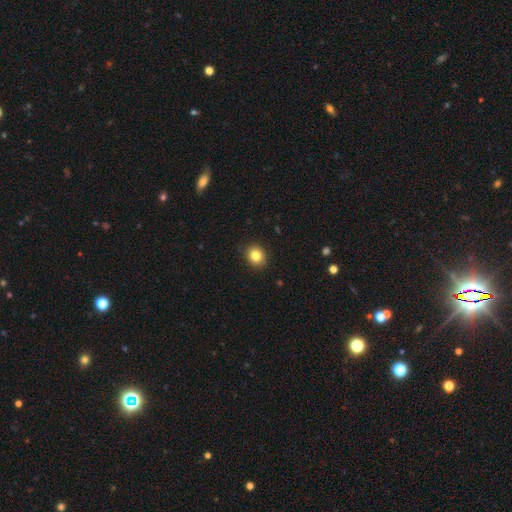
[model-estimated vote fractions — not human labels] Overall: smooth (83%). How rounded: round (73%). Merging: none (91%).